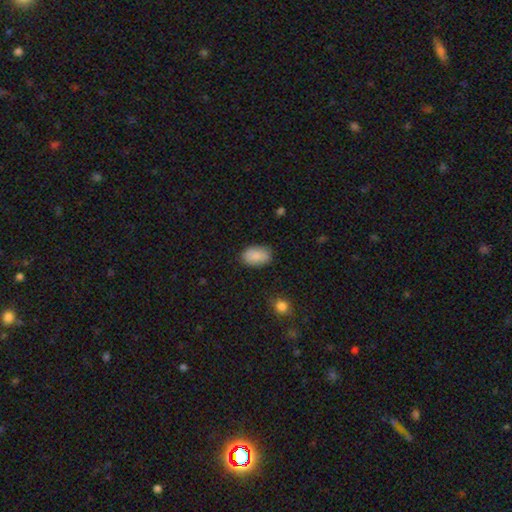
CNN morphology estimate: Smooth or featured?
  - smooth: 85% *
  - featured or disk: 8%
  - star or artifact: 7%
How rounded?
  - in between: 89% *
  - round: 9%
  - cigar-shaped: 1%
Merging?
  - none: 82% *
  - minor disturbance: 14%
  - major disturbance: 3%
  - merger: 1%